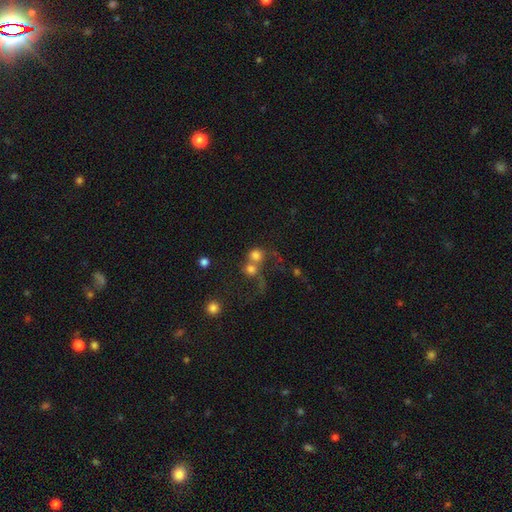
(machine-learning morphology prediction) Smooth or featured? Predicted: smooth (p=0.73). How rounded? Predicted: round (p=0.84). Merging? Predicted: merger (p=0.54).